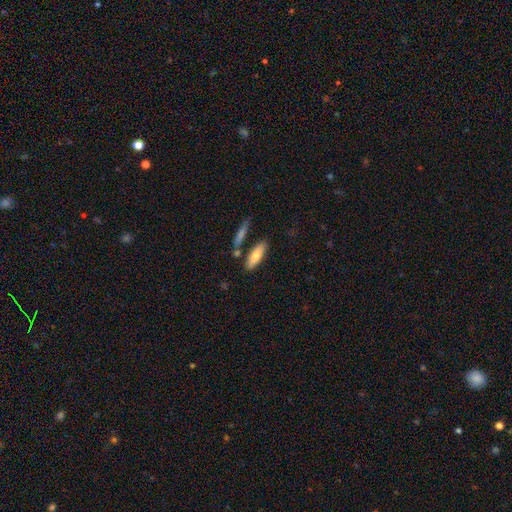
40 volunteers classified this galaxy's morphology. smooth-or-featured: smooth: 75% | featured or disk: 20% | star or artifact: 5%
  how-rounded: in between: 63% | cigar-shaped: 37% | round: 0%
  merging: none: 66% | minor disturbance: 16% | major disturbance: 11% | merger: 8%